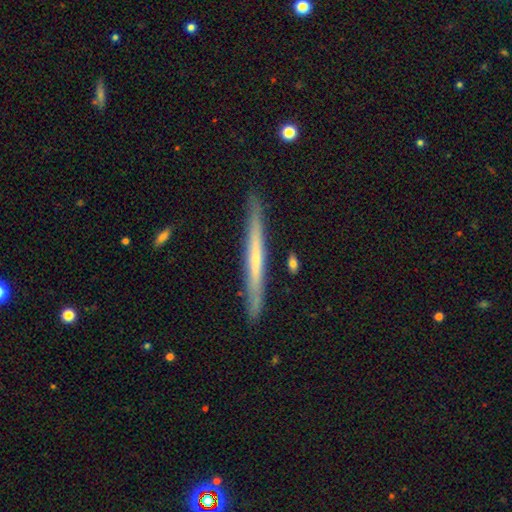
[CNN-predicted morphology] type=featured or disk (58%); edge-on=yes (95%); edge-on bulge=none (70%); merging=none (88%).